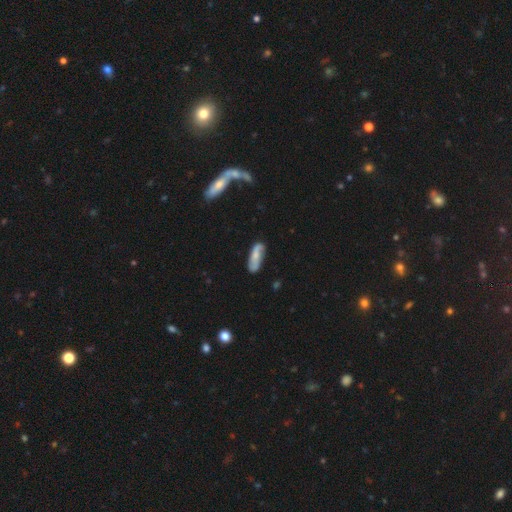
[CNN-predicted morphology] type=smooth (54%); roundness=in between (65%); merging=none (73%).